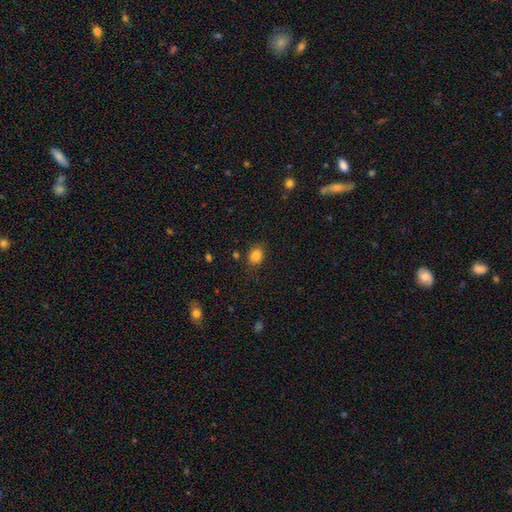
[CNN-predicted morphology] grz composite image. It shows a smooth galaxy with no disk features (85%) that is in between round and cigar-shaped (50%). Merging: none (81%).